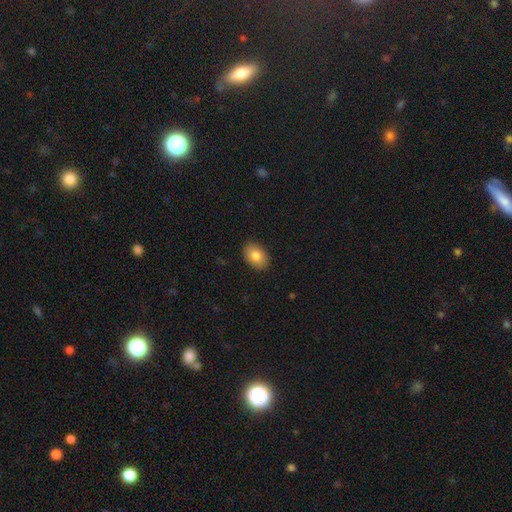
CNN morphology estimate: A smooth galaxy with no disk features (83%) that is in between round and cigar-shaped (84%).

Vote fractions:
- Smooth or featured? smooth: 83% / featured or disk: 9% / star or artifact: 8%
- How rounded? in between: 84% / round: 15% / cigar-shaped: 1%
- Merging? none: 90% / minor disturbance: 8% / major disturbance: 2% / merger: 1%